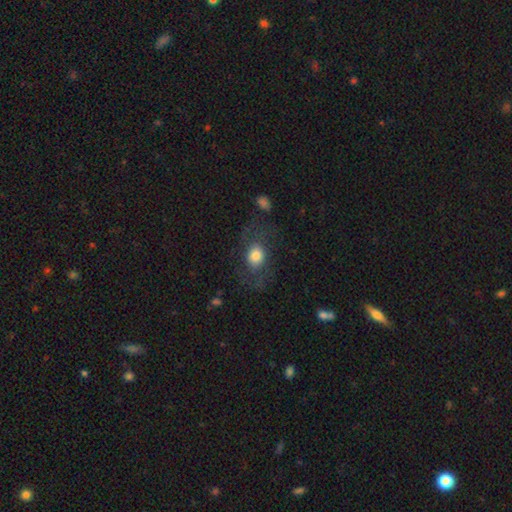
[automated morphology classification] A smooth galaxy with no disk features (60%) that is in between round and cigar-shaped (53%). Merging: none (56%).